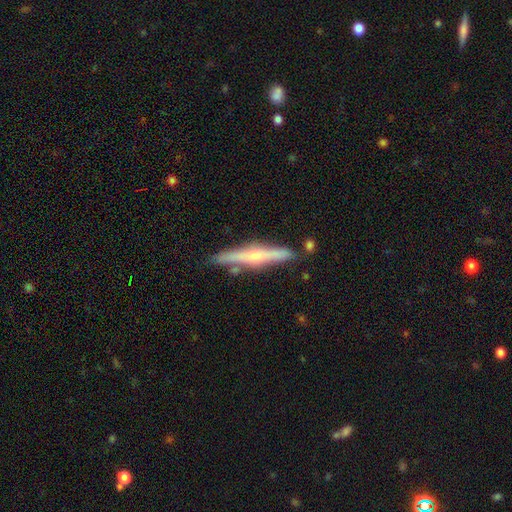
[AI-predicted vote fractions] Q: Smooth or featured?
A: featured or disk (74%); runner-up: smooth (20%)
Q: Edge-on disk?
A: yes (96%); runner-up: no (4%)
Q: Edge-on bulge?
A: rounded (79%); runner-up: none (14%)
Q: Merging?
A: none (83%); runner-up: minor disturbance (12%)